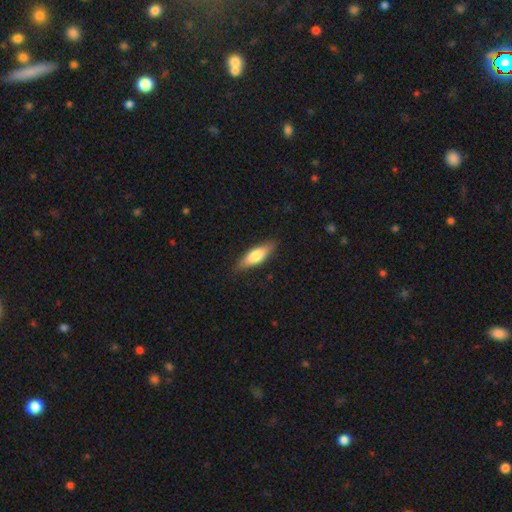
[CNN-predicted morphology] A smooth galaxy with no disk features (70%) that is in between round and cigar-shaped (51%).

Vote fractions:
- Smooth or featured? smooth: 70% / featured or disk: 25% / star or artifact: 6%
- How rounded? in between: 51% / cigar-shaped: 47% / round: 2%
- Merging? none: 86% / minor disturbance: 11% / major disturbance: 2% / merger: 1%